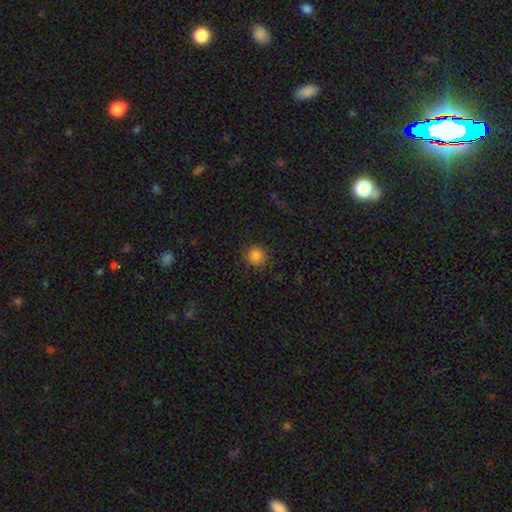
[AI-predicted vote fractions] A smooth galaxy with no disk features (84%) that is round (88%).

Vote fractions:
- Smooth or featured? smooth: 84% / star or artifact: 12% / featured or disk: 4%
- How rounded? round: 88% / in between: 11% / cigar-shaped: 1%
- Merging? none: 86% / minor disturbance: 9% / major disturbance: 3% / merger: 1%